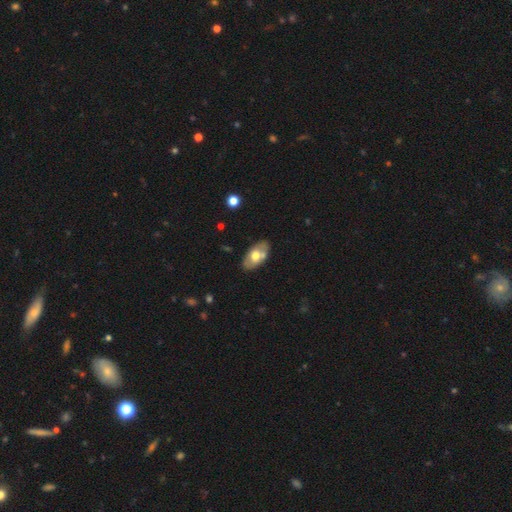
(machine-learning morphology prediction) Smooth or featured? Predicted: smooth (p=0.54). How rounded? Predicted: in between (p=0.93). Merging? Predicted: none (p=0.73).